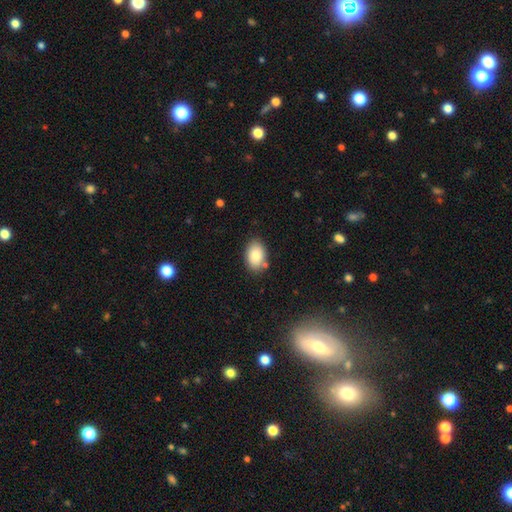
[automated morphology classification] Smooth or featured: smooth — 86% (star or artifact — 7%)
How rounded: in between — 88% (round — 11%)
Merging: none — 81% (minor disturbance — 13%)